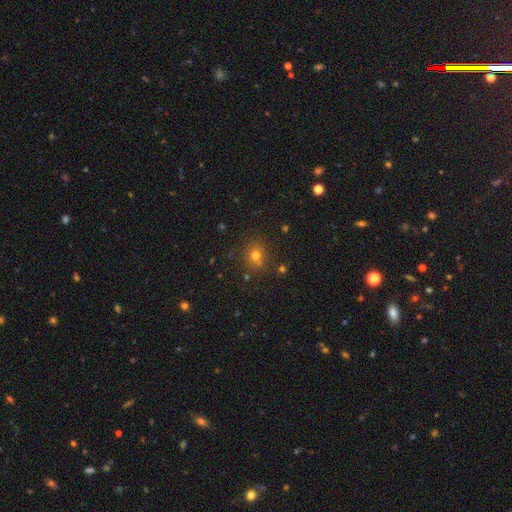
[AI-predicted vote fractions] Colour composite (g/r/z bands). It shows a smooth galaxy with no disk features (66%) that is round (80%). Merging: none (76%).